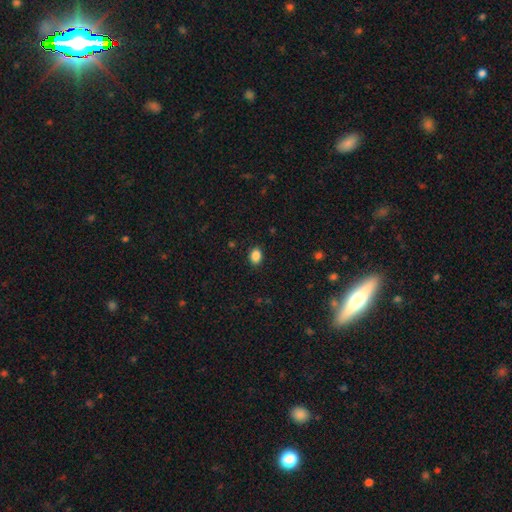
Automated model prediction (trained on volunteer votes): This is clearly a smooth galaxy (88%). How rounded: likely in between (68%). Merging: clearly none (88%).